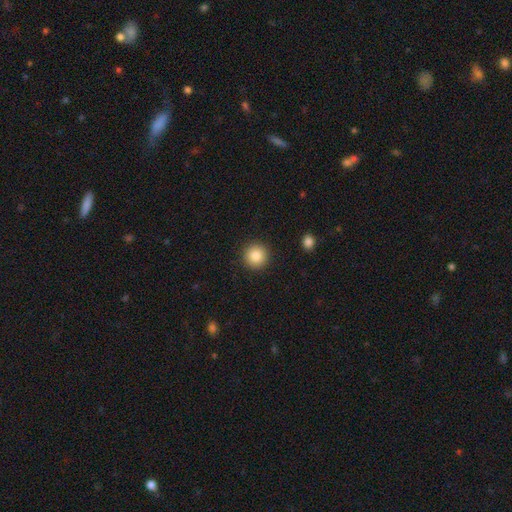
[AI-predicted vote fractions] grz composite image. It shows a smooth galaxy with no disk features (86%) that is round (95%). Merging: none (92%).